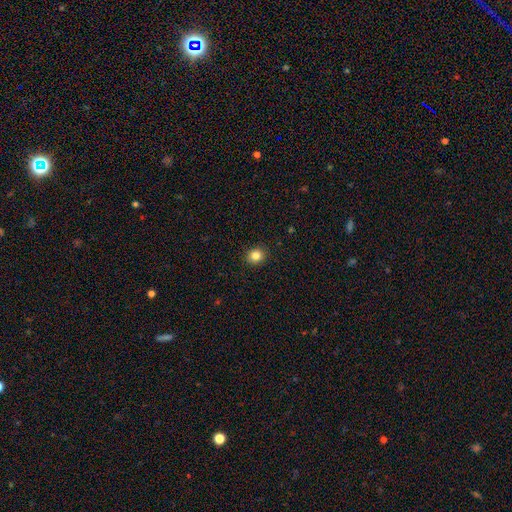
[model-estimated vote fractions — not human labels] Smooth or featured?
  - smooth: 84% *
  - star or artifact: 11%
  - featured or disk: 5%
How rounded?
  - round: 80% *
  - in between: 19%
  - cigar-shaped: 1%
Merging?
  - none: 91% *
  - minor disturbance: 6%
  - major disturbance: 2%
  - merger: 1%